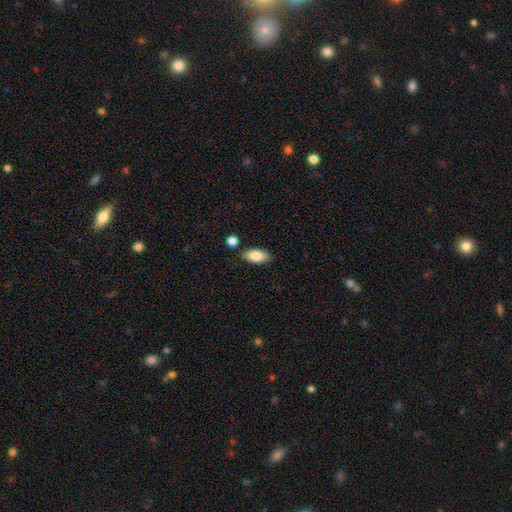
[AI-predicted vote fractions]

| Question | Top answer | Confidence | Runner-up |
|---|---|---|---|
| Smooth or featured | smooth | 82% | featured or disk (11%) |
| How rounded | in between | 91% | cigar-shaped (6%) |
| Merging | none | 82% | minor disturbance (11%) |